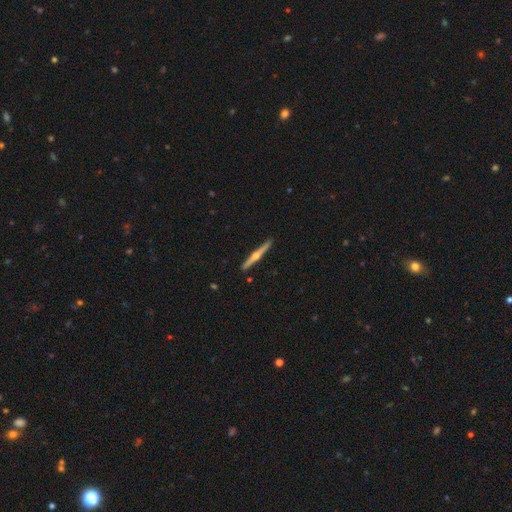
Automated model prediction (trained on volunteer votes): A featured or disk galaxy (74%) viewed edge-on (98%) with a rounded central bulge (90%). Merging: none (92%).